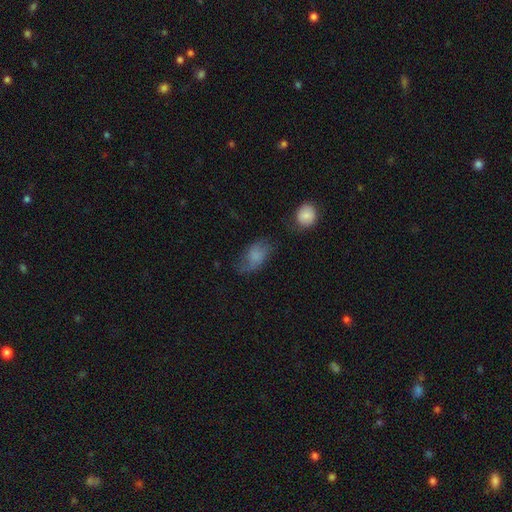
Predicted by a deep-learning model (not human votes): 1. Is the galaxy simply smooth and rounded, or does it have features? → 69% smooth, 21% featured or disk, 10% star or artifact.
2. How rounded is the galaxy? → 87% in between, 10% round, 2% cigar-shaped.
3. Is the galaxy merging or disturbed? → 46% none, 29% minor disturbance, 19% major disturbance, 5% merger.